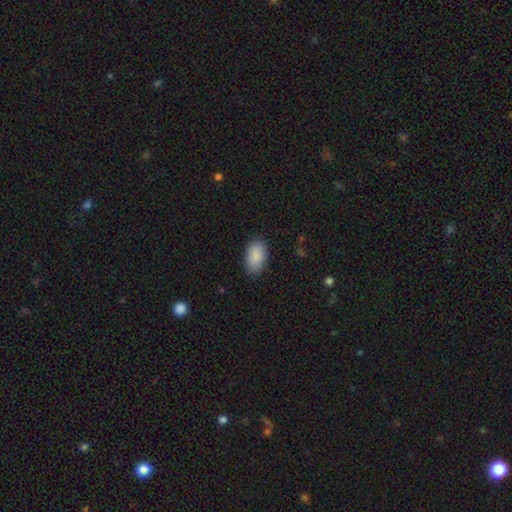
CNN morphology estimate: smooth_or_featured: smooth (p=0.89) [alt: star or artifact p=0.06]
how_rounded: in between (p=0.94) [alt: round p=0.04]
merging: none (p=0.87) [alt: minor disturbance p=0.10]